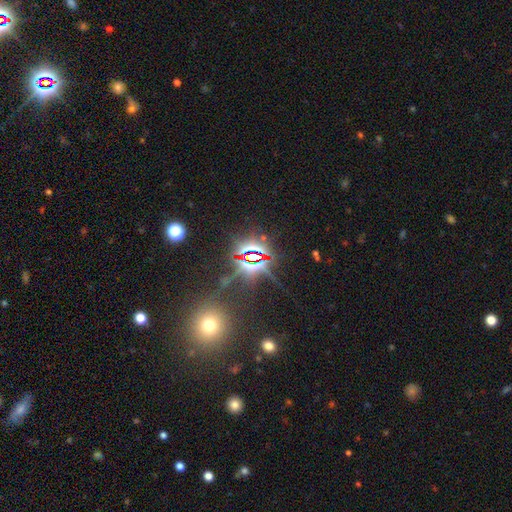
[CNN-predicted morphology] type=star or artifact (84%).